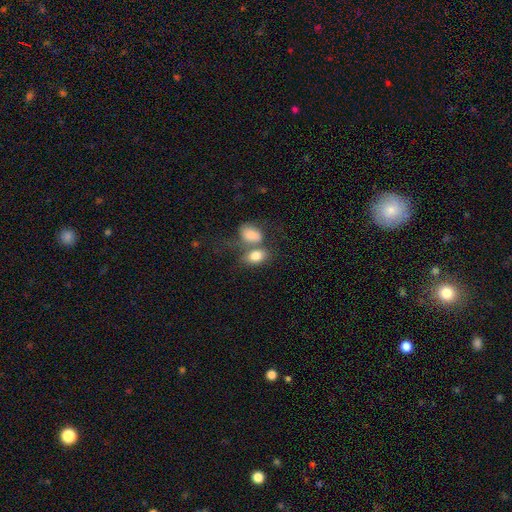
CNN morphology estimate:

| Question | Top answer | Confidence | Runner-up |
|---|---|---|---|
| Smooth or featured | smooth | 81% | featured or disk (12%) |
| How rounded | in between | 85% | round (13%) |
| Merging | merger | 53% | none (29%) |